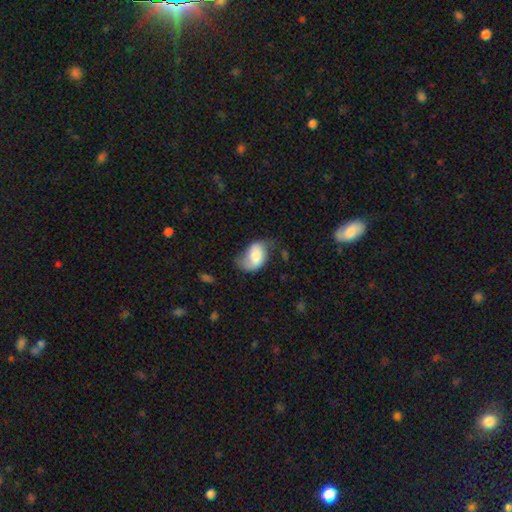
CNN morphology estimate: smooth_or_featured: smooth (p=0.61) [alt: featured or disk p=0.31]
how_rounded: in between (p=0.85) [alt: round p=0.13]
merging: minor disturbance (p=0.38) [alt: none p=0.37]